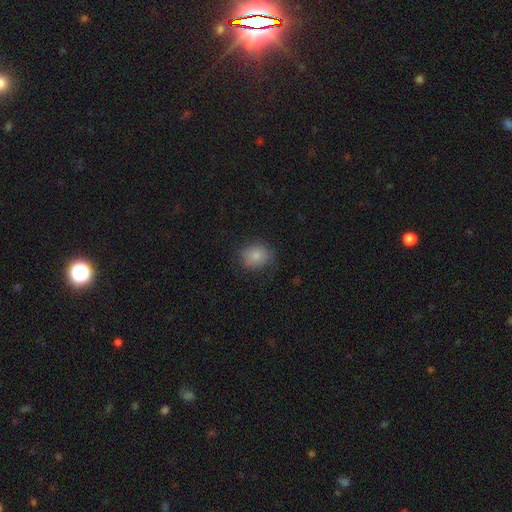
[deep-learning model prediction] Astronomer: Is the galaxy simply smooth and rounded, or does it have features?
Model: smooth — 83%.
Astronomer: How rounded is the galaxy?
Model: round — 70%.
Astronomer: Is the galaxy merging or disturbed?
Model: none — 75%.